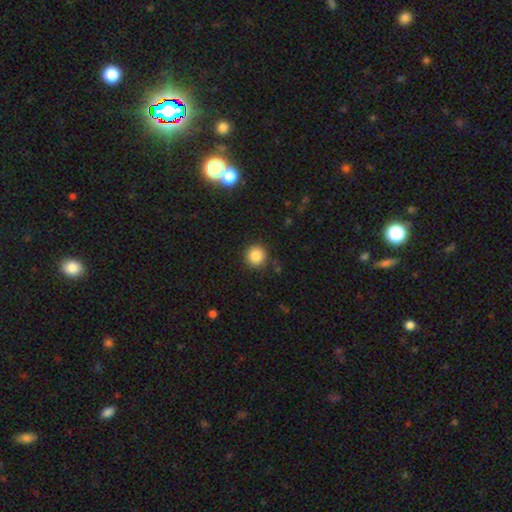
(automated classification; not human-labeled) smooth 86%, star or artifact 10%, featured or disk 4%. Down the decision tree: how rounded — round (94%); merging — none (89%).